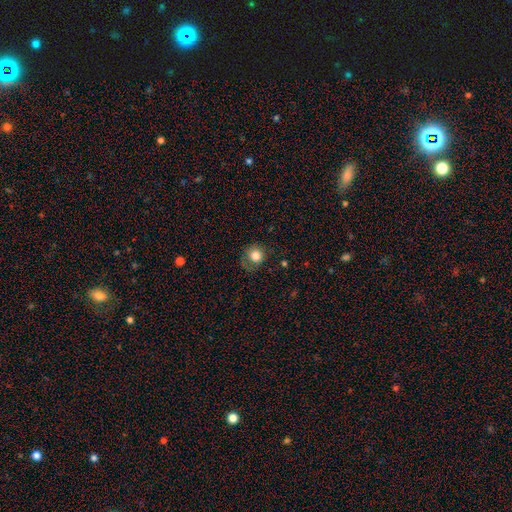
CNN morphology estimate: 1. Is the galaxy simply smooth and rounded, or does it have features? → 80% smooth, 10% star or artifact, 10% featured or disk.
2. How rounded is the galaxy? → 84% round, 15% in between, 1% cigar-shaped.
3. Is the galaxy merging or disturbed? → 65% none, 22% minor disturbance, 11% major disturbance, 2% merger.